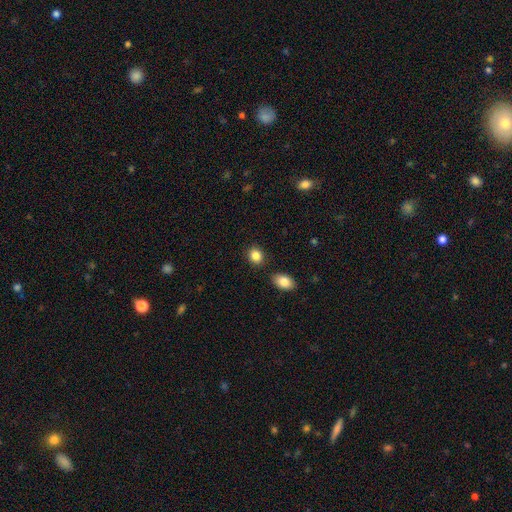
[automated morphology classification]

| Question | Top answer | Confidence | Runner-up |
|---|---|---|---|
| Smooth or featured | smooth | 86% | star or artifact (9%) |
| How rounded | round | 60% | in between (39%) |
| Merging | none | 83% | minor disturbance (9%) |